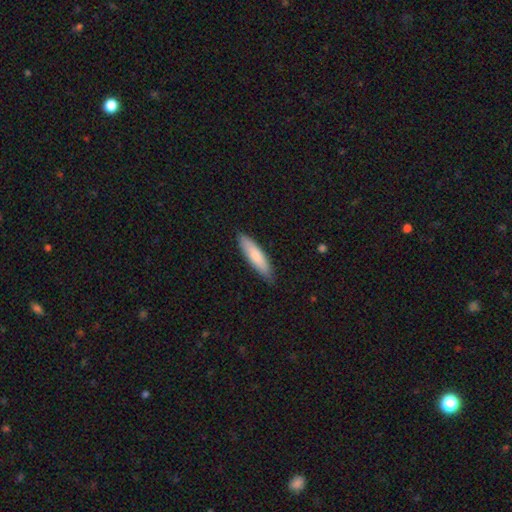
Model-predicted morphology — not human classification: Overall: smooth (79%). How rounded: cigar-shaped (71%). Merging: none (85%).